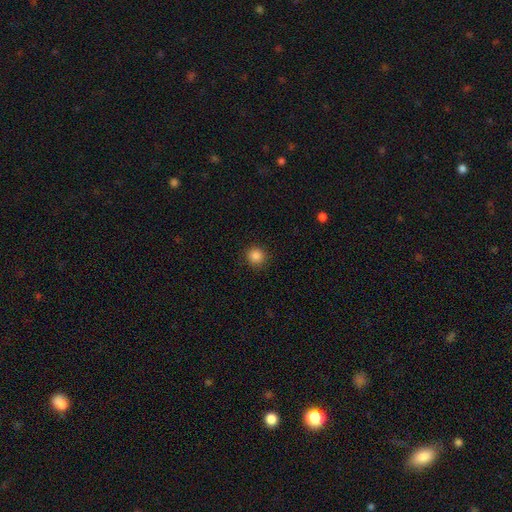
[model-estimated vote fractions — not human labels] The model was most divided on "smooth or featured": smooth: 86%, star or artifact: 11%, featured or disk: 3%. More confident: how rounded — round (94%); merging — none (90%).